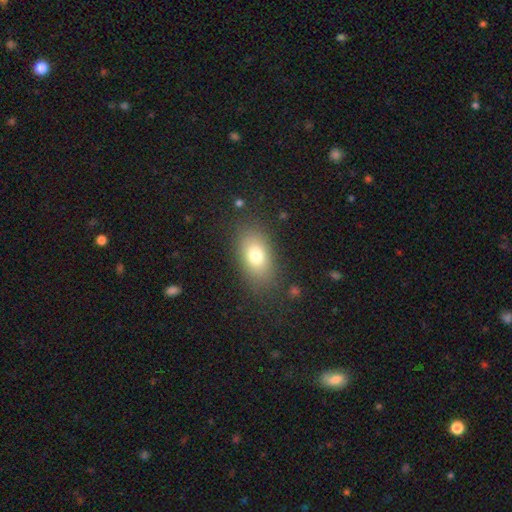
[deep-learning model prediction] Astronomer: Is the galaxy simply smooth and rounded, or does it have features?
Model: smooth — 76%.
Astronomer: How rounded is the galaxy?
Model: in between — 84%.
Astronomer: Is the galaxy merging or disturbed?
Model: none — 81%.